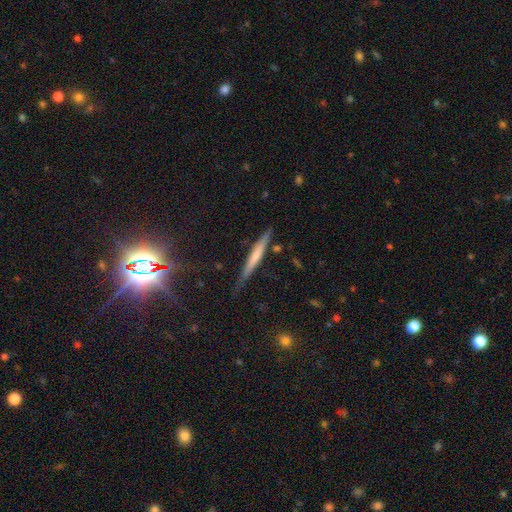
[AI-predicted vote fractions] Morphology: type=featured or disk (48%); merging=none (75%).